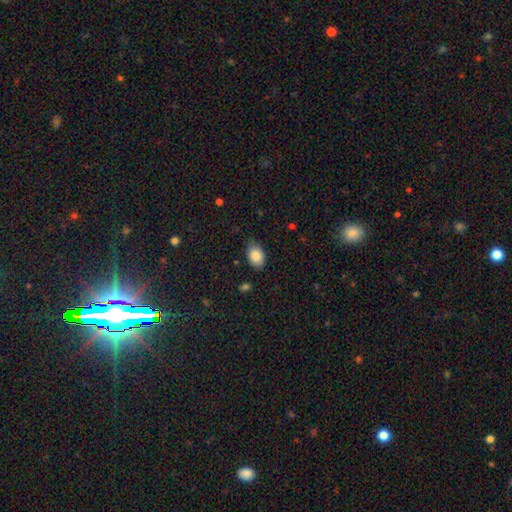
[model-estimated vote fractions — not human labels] Overall: smooth (86%). How rounded: in between (83%). Merging: none (74%).